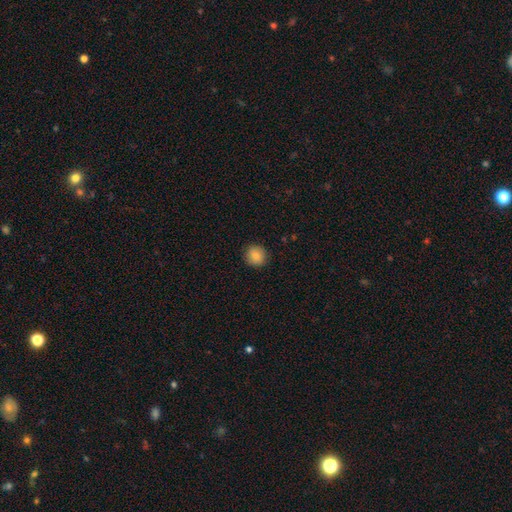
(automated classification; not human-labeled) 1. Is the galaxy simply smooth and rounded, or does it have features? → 84% smooth, 9% star or artifact, 6% featured or disk.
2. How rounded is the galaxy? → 90% round, 9% in between, 1% cigar-shaped.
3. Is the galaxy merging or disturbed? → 90% none, 7% minor disturbance, 2% major disturbance, 1% merger.